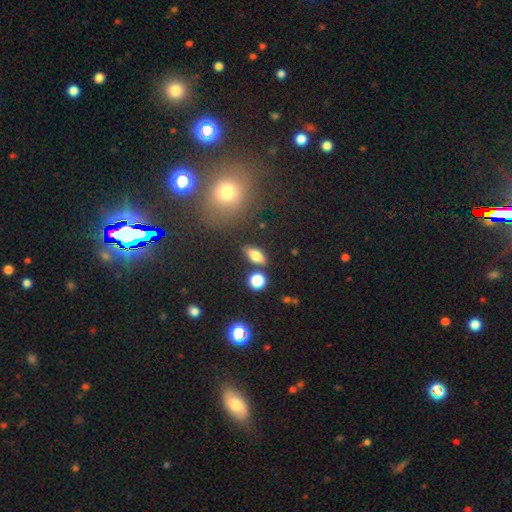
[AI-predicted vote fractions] Smooth or featured? Predicted: smooth (p=0.71). How rounded? Predicted: in between (p=0.75). Merging? Predicted: none (p=0.79).